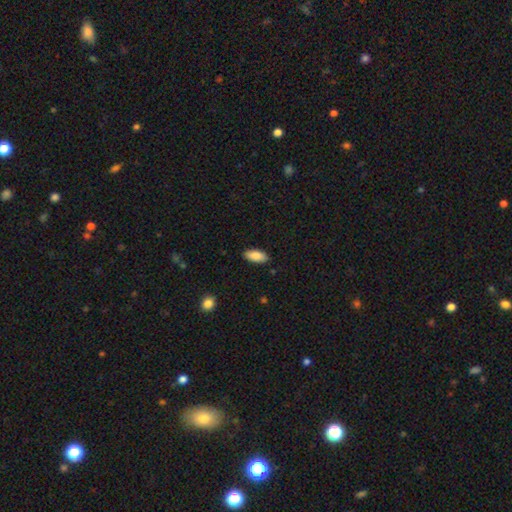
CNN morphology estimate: smooth 87%, featured or disk 6%, star or artifact 6%. Down the decision tree: how rounded — in between (89%); merging — none (88%).